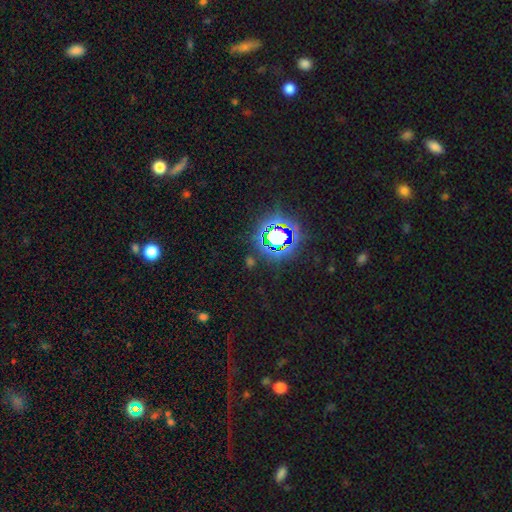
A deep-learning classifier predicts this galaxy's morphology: smooth-or-featured: star or artifact: 77% | smooth: 15% | featured or disk: 8%